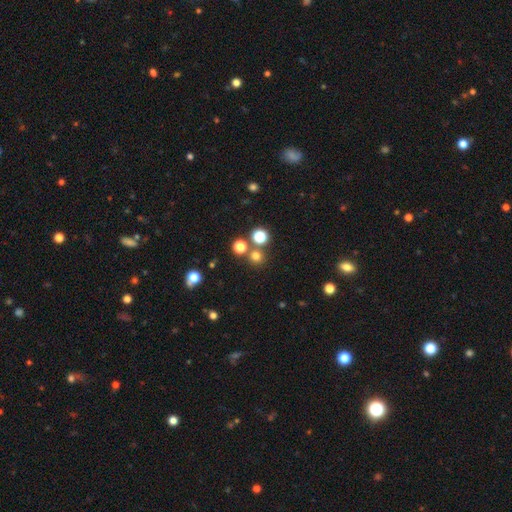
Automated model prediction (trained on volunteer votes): Smooth or featured? smooth (71%)
How rounded? round (92%)
Merging? none (75%)